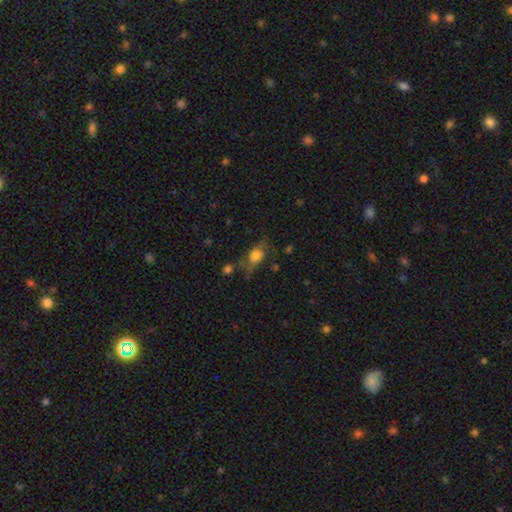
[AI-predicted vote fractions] smooth_or_featured: smooth (p=0.60) [alt: featured or disk p=0.28]
how_rounded: in between (p=0.59) [alt: round p=0.36]
merging: none (p=0.48) [alt: minor disturbance p=0.24]